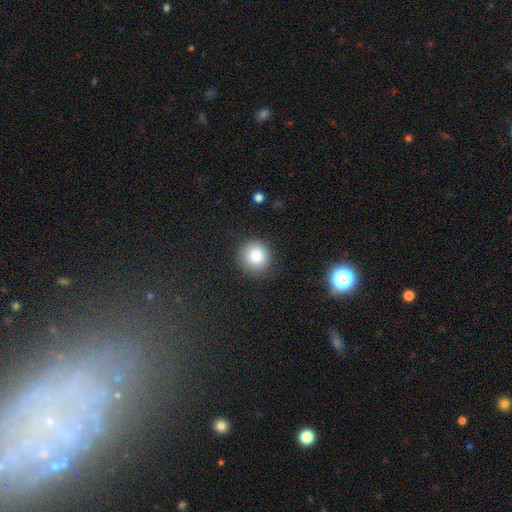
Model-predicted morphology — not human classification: Smooth or featured? smooth (84%)
How rounded? round (93%)
Merging? none (88%)